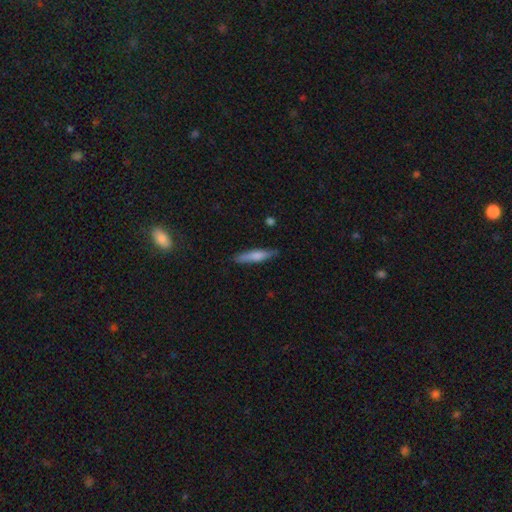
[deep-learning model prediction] smooth-or-featured: smooth: 68% | featured or disk: 27% | star or artifact: 6%
  how-rounded: cigar-shaped: 86% | in between: 12% | round: 2%
  merging: none: 84% | minor disturbance: 12% | major disturbance: 2% | merger: 1%